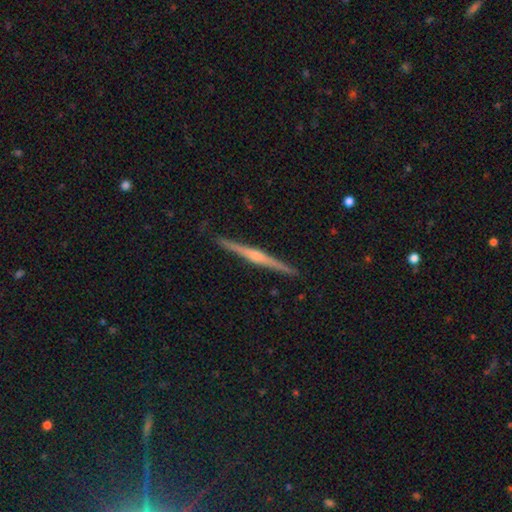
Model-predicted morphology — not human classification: Overall: featured or disk (81%). Edge-on disk: yes (99%). Edge-on bulge: rounded (77%). Merging: none (92%).